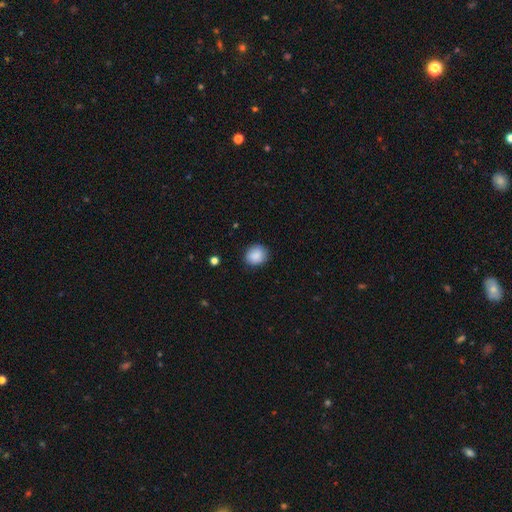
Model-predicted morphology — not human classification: This is clearly a smooth galaxy (86%). How rounded: likely round (69%). Merging: clearly none (82%).